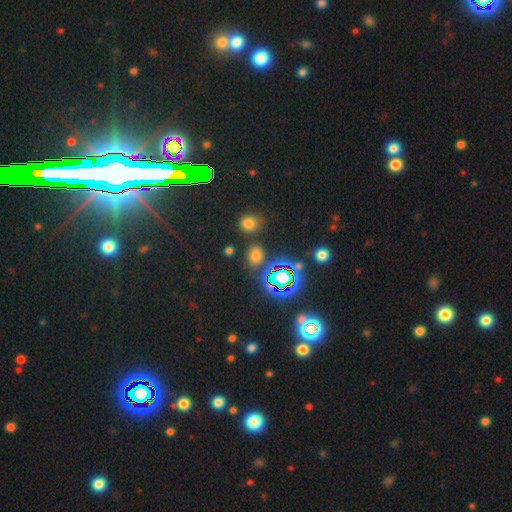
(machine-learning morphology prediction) smooth-or-featured: smooth: 55% | star or artifact: 39% | featured or disk: 7%
  how-rounded: round: 57% | in between: 41% | cigar-shaped: 2%
  merging: none: 81% | minor disturbance: 9% | merger: 6% | major disturbance: 4%